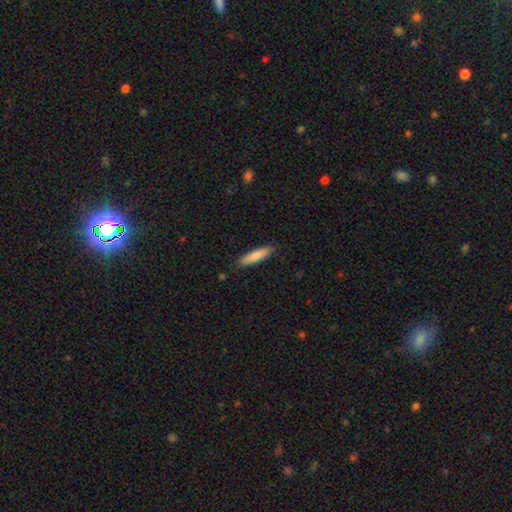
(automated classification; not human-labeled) This appears to be a smooth galaxy with no disk features (81%) that is cigar-shaped (80%). Merging: none (88%).